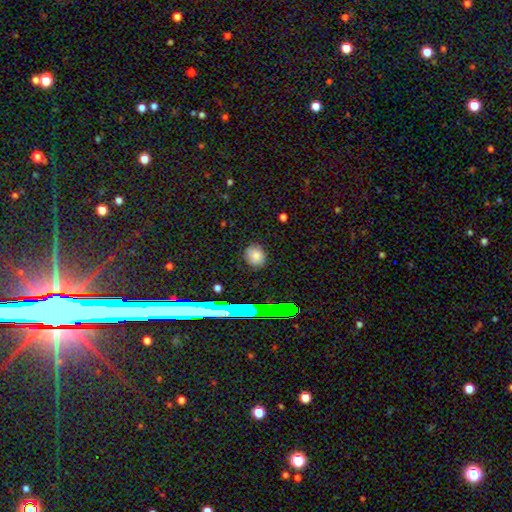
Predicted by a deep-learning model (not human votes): A smooth galaxy with no disk features (78%) that is round (67%). Merging: none (84%).